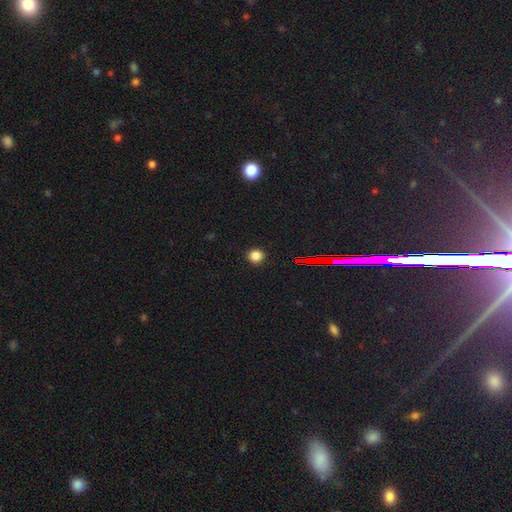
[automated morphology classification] Overall: smooth (82%). How rounded: round (92%). Merging: none (92%).